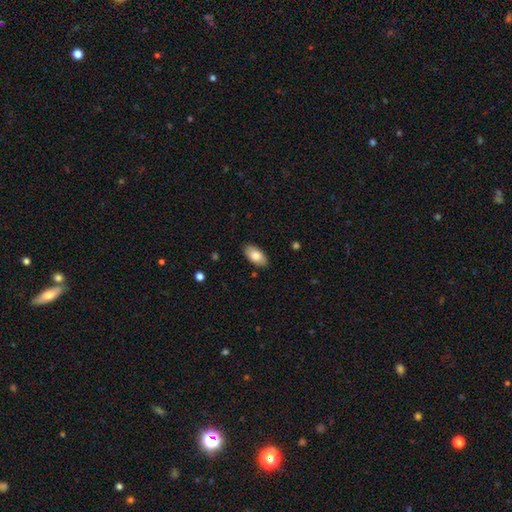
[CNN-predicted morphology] Smooth or featured: smooth — 84% (featured or disk — 10%)
How rounded: in between — 94% (round — 3%)
Merging: none — 87% (minor disturbance — 10%)